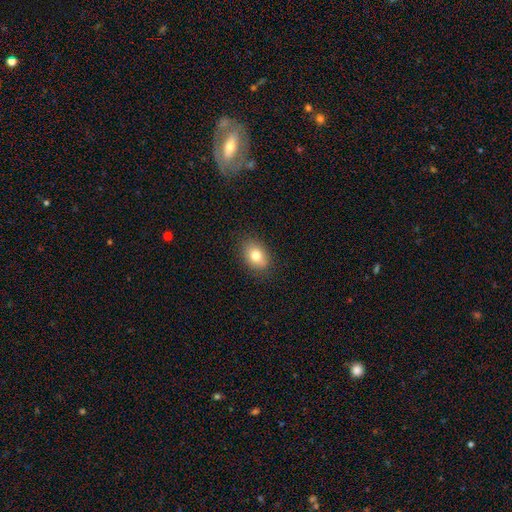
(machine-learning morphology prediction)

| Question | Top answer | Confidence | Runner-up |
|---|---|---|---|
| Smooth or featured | smooth | 78% | featured or disk (13%) |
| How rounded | in between | 75% | round (24%) |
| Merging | none | 86% | minor disturbance (10%) |